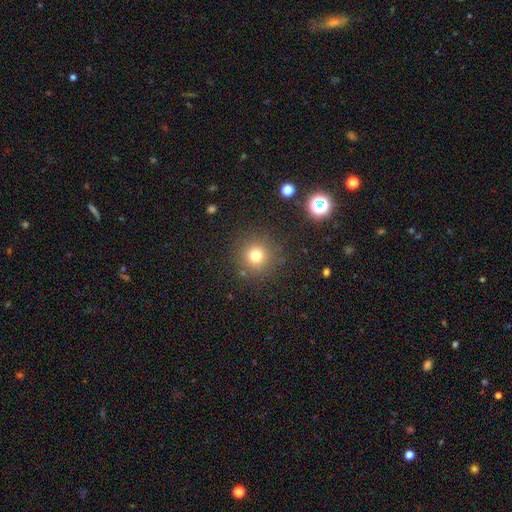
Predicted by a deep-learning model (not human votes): Smooth or featured?
  - smooth: 75% *
  - star or artifact: 17%
  - featured or disk: 8%
How rounded?
  - round: 95% *
  - in between: 4%
  - cigar-shaped: 1%
Merging?
  - none: 87% *
  - minor disturbance: 7%
  - major disturbance: 3%
  - merger: 2%